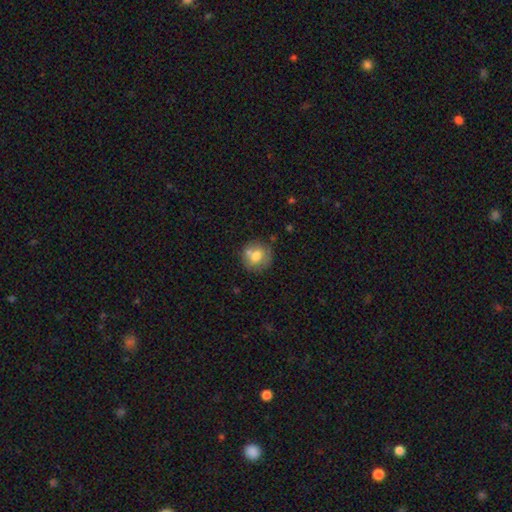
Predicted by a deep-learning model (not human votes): Smooth or featured? Predicted: smooth (p=0.69). How rounded? Predicted: round (p=0.84). Merging? Predicted: none (p=0.63).